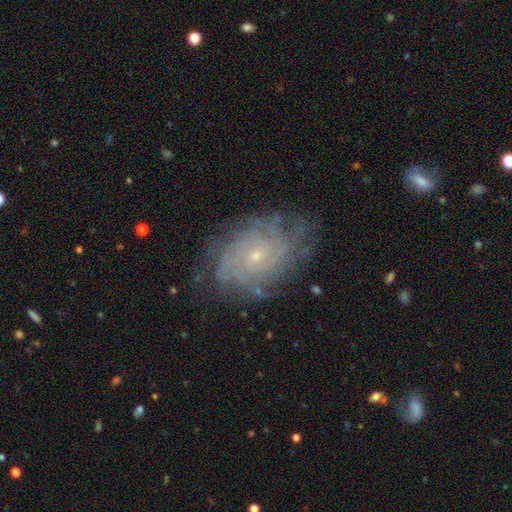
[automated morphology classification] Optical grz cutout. It shows a featured or disk galaxy (82%) with no bar (77%), tight (74%) spiral arms (95%) and a small central bulge (83%). Merging: none (76%).